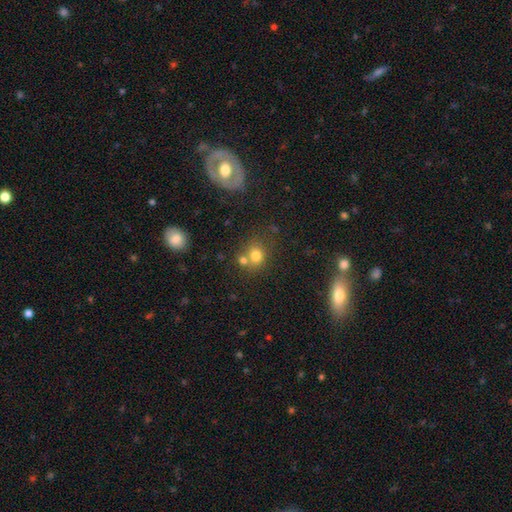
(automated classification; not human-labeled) A smooth galaxy with no disk features (76%) that is round (75%).

Vote fractions:
- Smooth or featured? smooth: 76% / star or artifact: 14% / featured or disk: 10%
- How rounded? round: 75% / in between: 24% / cigar-shaped: 1%
- Merging? none: 55% / merger: 30% / minor disturbance: 10% / major disturbance: 4%